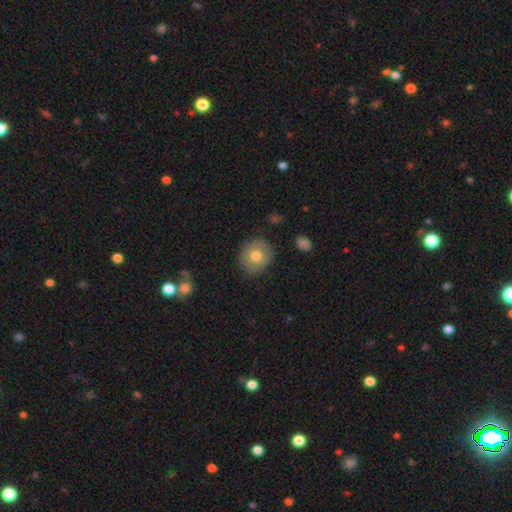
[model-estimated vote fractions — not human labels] Morphology: type=smooth (72%); roundness=round (83%); merging=none (80%).